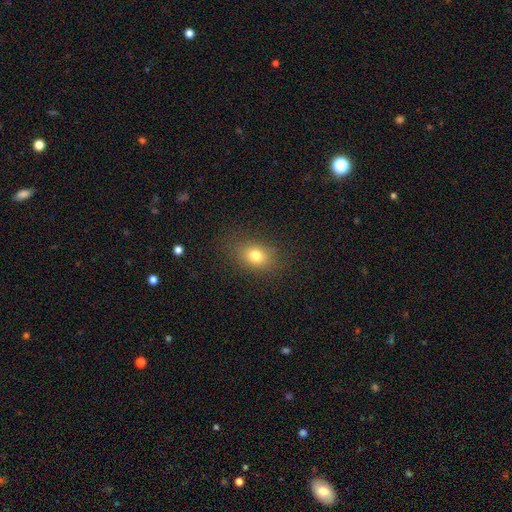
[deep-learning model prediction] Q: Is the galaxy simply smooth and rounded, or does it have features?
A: smooth — 77%.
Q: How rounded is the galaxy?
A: in between — 66%.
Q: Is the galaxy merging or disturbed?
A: none — 81%.